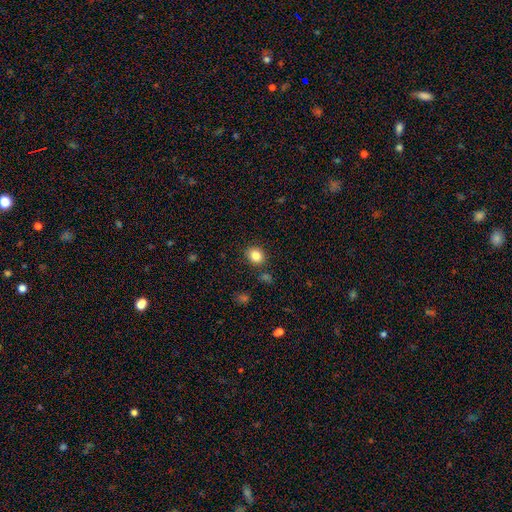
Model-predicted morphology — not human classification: This appears to be a smooth galaxy with no disk features (84%) that is round (66%). Merging: none (85%).